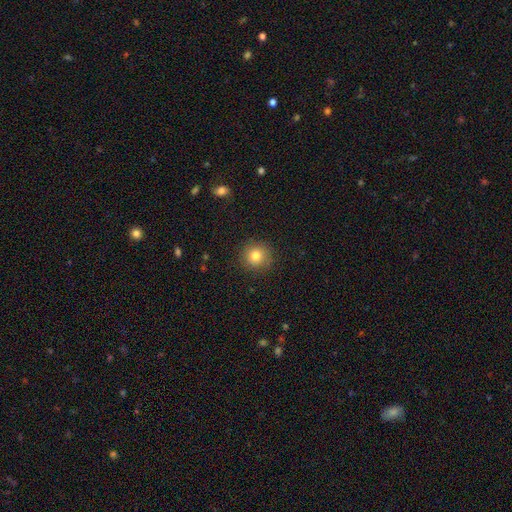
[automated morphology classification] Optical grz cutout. It shows a smooth galaxy with no disk features (81%) that is round (93%). Merging: none (89%).